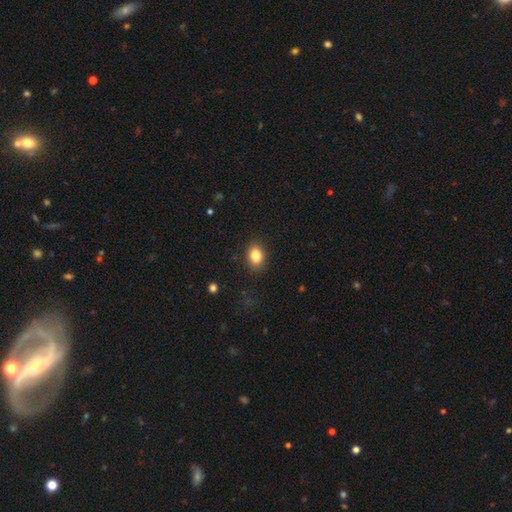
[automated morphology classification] Smooth or featured?
  - smooth: 84% *
  - star or artifact: 10%
  - featured or disk: 7%
How rounded?
  - in between: 65% *
  - round: 33%
  - cigar-shaped: 1%
Merging?
  - none: 87% *
  - minor disturbance: 9%
  - major disturbance: 3%
  - merger: 1%